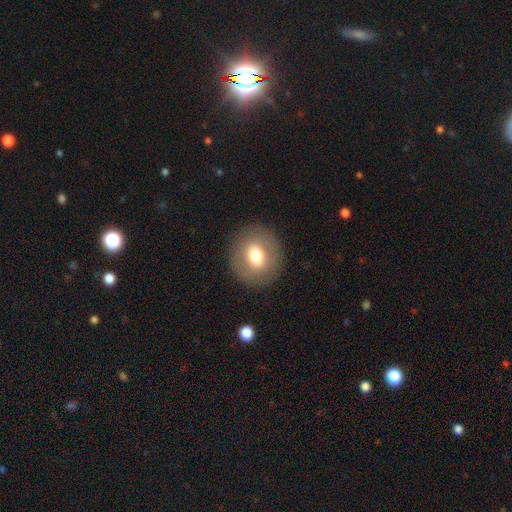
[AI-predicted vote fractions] Morphology: type=smooth (66%); roundness=round (71%); merging=none (87%).